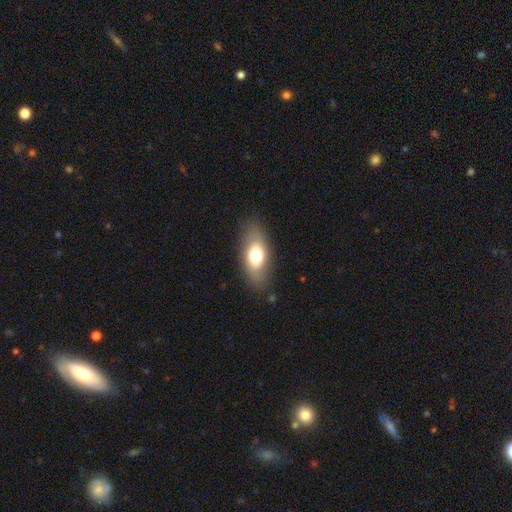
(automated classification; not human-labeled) smooth 67%, featured or disk 26%, star or artifact 7%. Down the decision tree: how rounded — in between (86%); merging — none (81%).